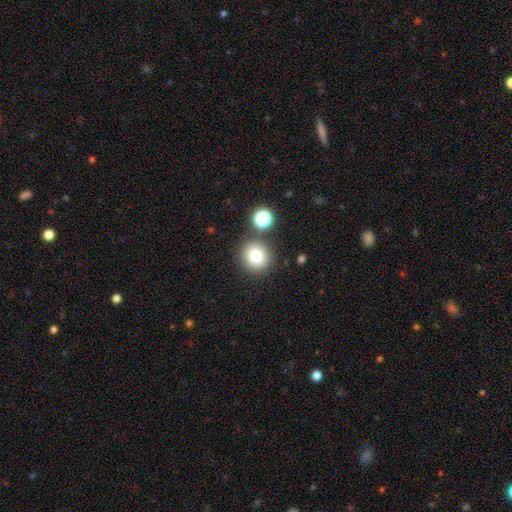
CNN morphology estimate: Smooth or featured? smooth (77%)
How rounded? round (91%)
Merging? none (82%)